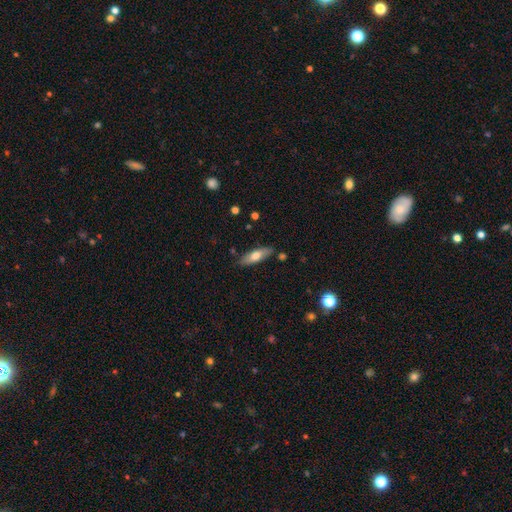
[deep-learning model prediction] This appears to be a smooth galaxy with no disk features (65%) that is in between round and cigar-shaped (53%). Merging: none (82%).